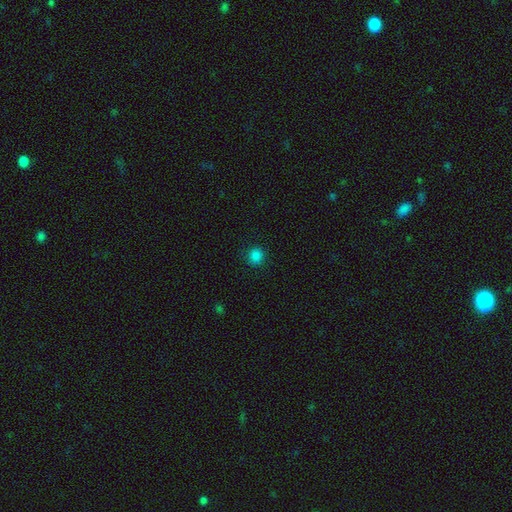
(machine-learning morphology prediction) This is clearly a smooth galaxy (83%). How rounded: clearly round (90%). Merging: clearly none (90%).